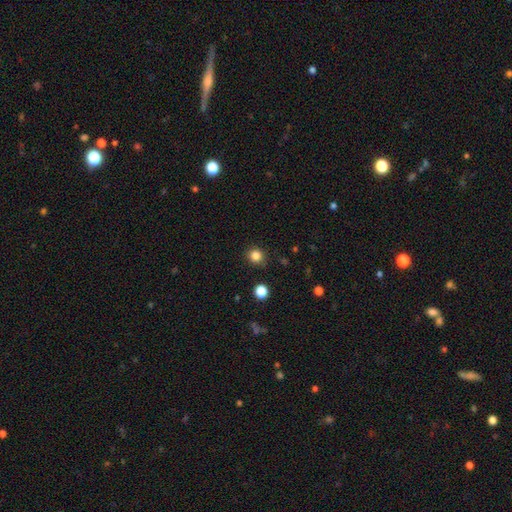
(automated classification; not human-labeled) The model was most divided on "smooth or featured": smooth: 84%, star or artifact: 12%, featured or disk: 4%. More confident: merging — none (89%); how rounded — round (89%).